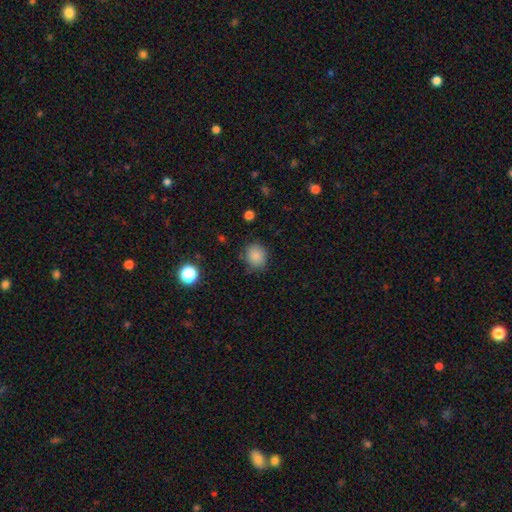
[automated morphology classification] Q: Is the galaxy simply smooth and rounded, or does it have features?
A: smooth — 85%.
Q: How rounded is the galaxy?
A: round — 75%.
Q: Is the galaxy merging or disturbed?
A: none — 80%.